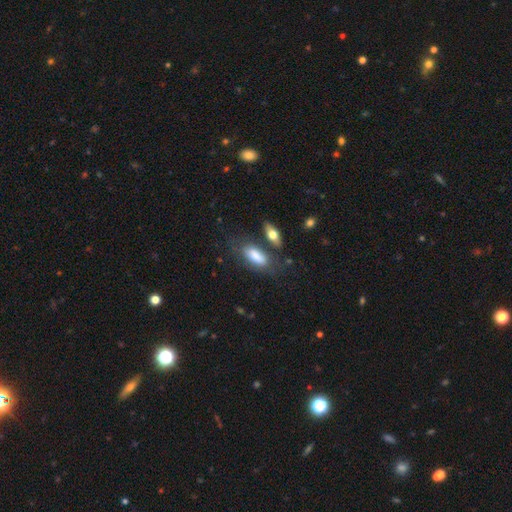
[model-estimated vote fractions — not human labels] Morphology: type=smooth (80%); roundness=in between (78%); merging=none (61%).